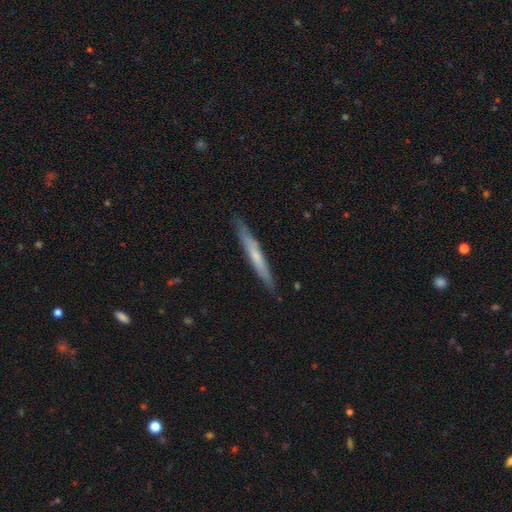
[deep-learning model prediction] Morphology: type=smooth (48%); merging=none (87%).